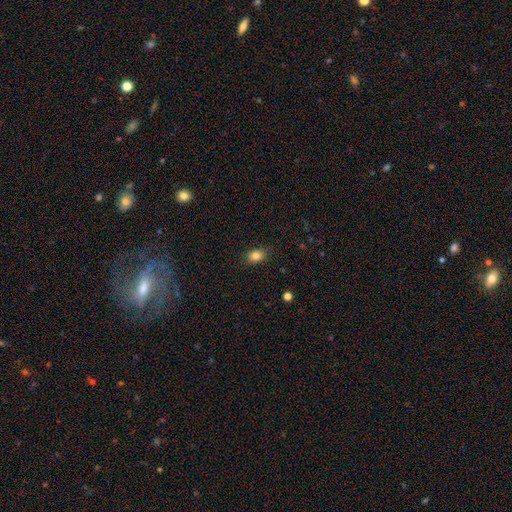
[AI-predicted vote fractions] Overall: smooth (84%). How rounded: in between (70%). Merging: none (83%).